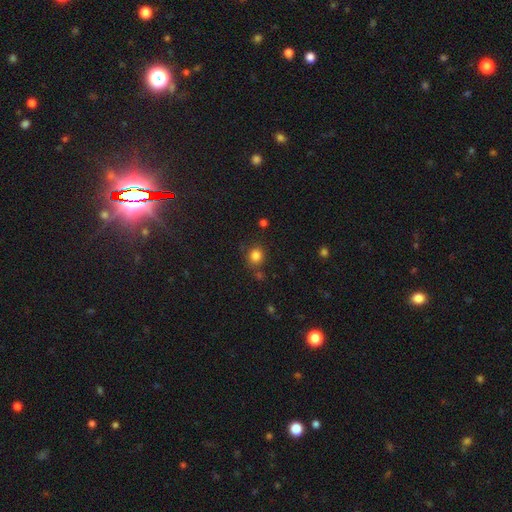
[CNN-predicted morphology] smooth-or-featured: smooth: 82% | star or artifact: 13% | featured or disk: 5%
  how-rounded: round: 84% | in between: 16% | cigar-shaped: 1%
  merging: none: 79% | minor disturbance: 11% | merger: 7% | major disturbance: 4%